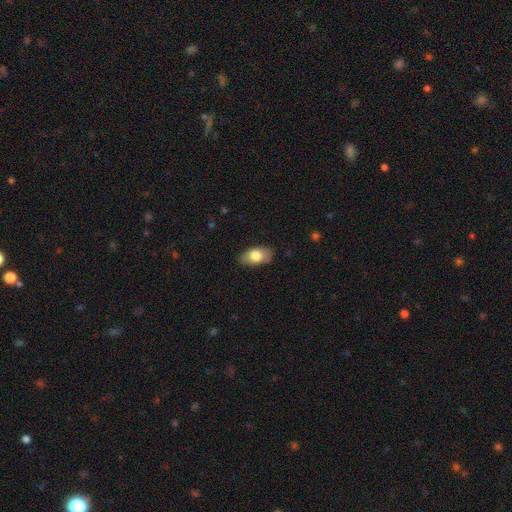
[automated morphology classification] A smooth galaxy with no disk features (77%) that is in between round and cigar-shaped (92%). Merging: none (83%).